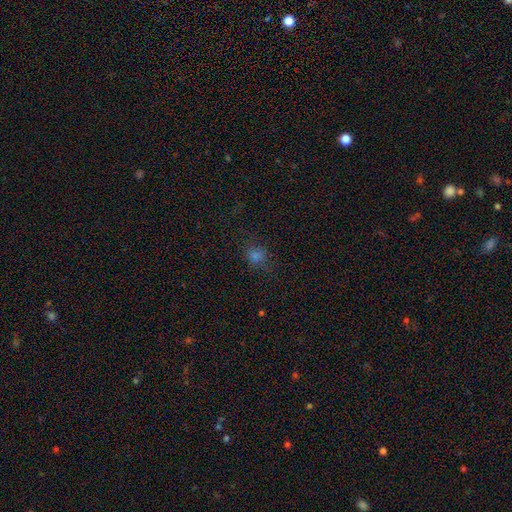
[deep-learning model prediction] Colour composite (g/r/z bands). It shows a smooth galaxy with no disk features (68%) that is round (73%). Merging: none (76%).